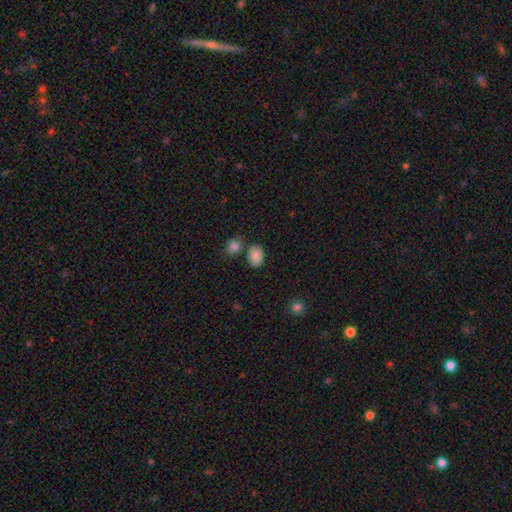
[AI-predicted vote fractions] Overall: smooth (86%). How rounded: in between (76%). Merging: none (67%).